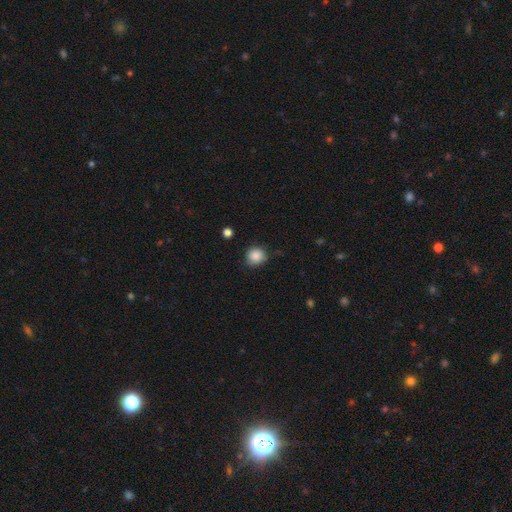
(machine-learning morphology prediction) Q: Smooth or featured?
A: smooth (87%); runner-up: star or artifact (9%)
Q: How rounded?
A: round (87%); runner-up: in between (12%)
Q: Merging?
A: none (77%); runner-up: minor disturbance (18%)